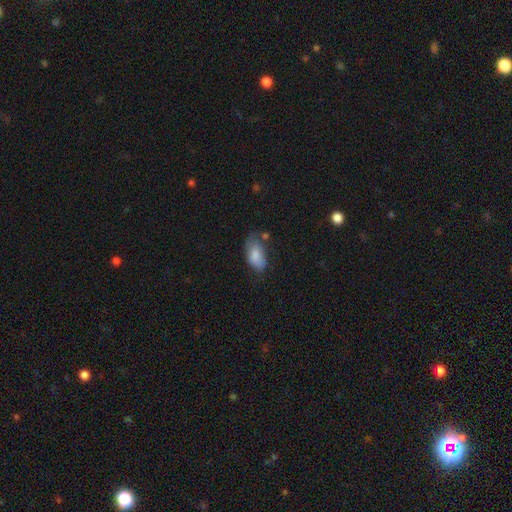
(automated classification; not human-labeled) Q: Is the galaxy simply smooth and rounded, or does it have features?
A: smooth — 79%.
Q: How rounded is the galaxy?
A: in between — 93%.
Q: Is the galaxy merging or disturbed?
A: none — 42%.